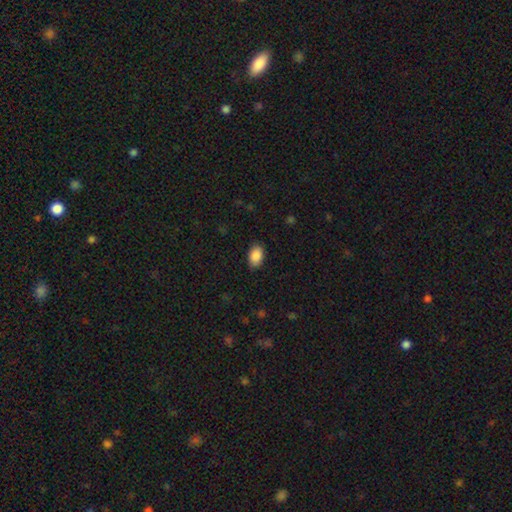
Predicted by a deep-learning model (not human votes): Smooth or featured: smooth — 88% (star or artifact — 7%)
How rounded: in between — 90% (round — 9%)
Merging: none — 86% (minor disturbance — 11%)